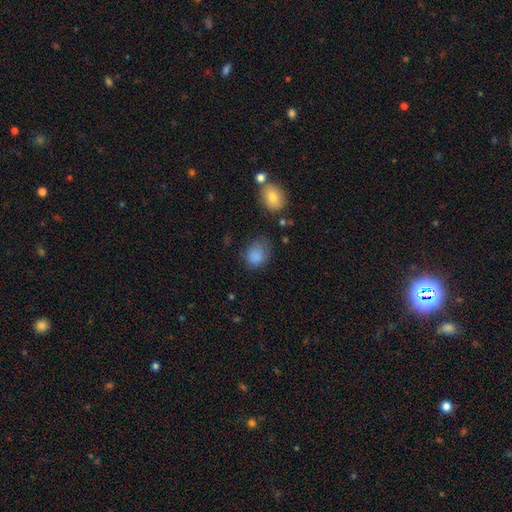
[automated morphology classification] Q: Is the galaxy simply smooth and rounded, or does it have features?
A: smooth — 85%.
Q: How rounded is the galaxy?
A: round — 52%.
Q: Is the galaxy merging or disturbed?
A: none — 58%.